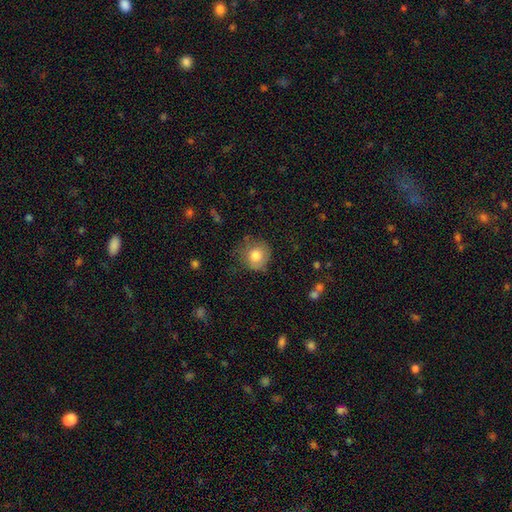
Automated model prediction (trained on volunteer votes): The model was most divided on "merging": none: 65%, minor disturbance: 25%, major disturbance: 9%, merger: 2%. More confident: how rounded — round (87%); smooth or featured — smooth (79%).